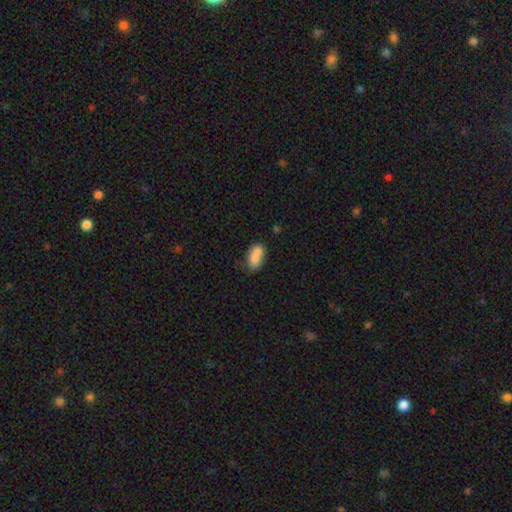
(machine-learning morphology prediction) smooth_or_featured: smooth (p=0.77) [alt: featured or disk p=0.14]
how_rounded: in between (p=0.86) [alt: round p=0.09]
merging: none (p=0.42) [alt: merger p=0.33]